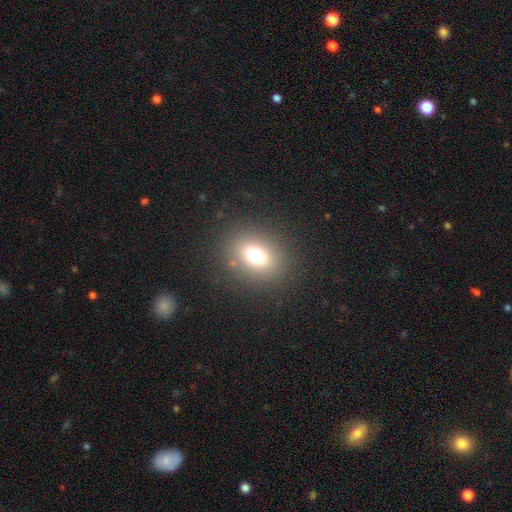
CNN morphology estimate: Smooth or featured? Predicted: smooth (p=0.73). How rounded? Predicted: in between (p=0.55). Merging? Predicted: none (p=0.85).